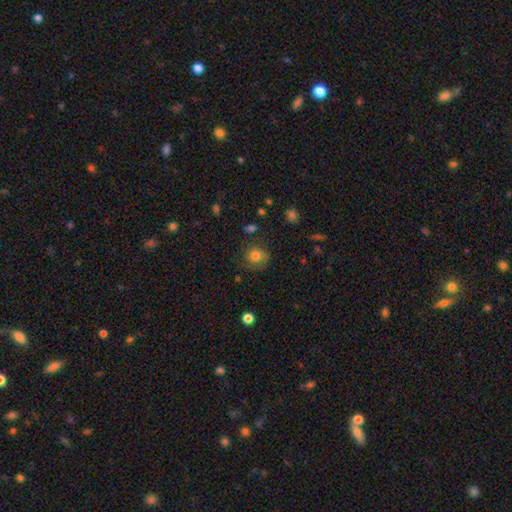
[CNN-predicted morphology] Smooth or featured? smooth (75%)
How rounded? round (83%)
Merging? none (72%)